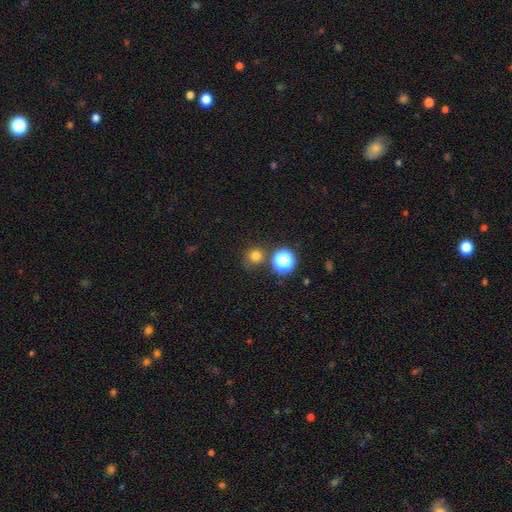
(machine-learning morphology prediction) type=smooth (76%); roundness=round (90%); merging=none (78%).